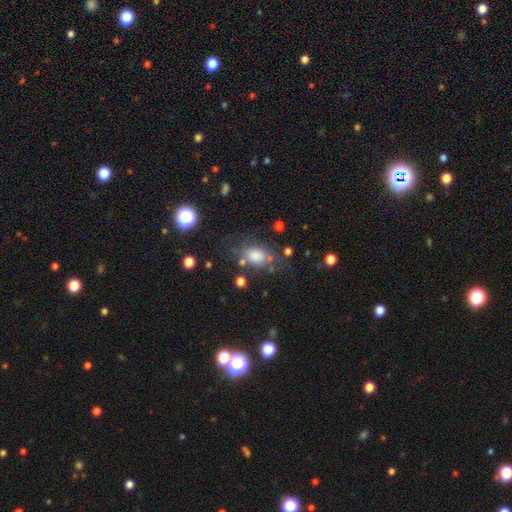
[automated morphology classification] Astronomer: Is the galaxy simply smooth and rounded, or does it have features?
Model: smooth — 74%.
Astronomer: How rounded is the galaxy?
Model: in between — 72%.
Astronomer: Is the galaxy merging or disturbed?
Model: none — 61%.